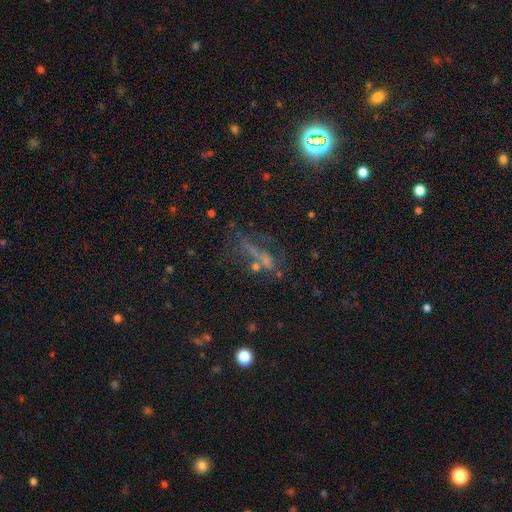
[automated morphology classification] Q: Smooth or featured?
A: star or artifact (44%); runner-up: featured or disk (29%)